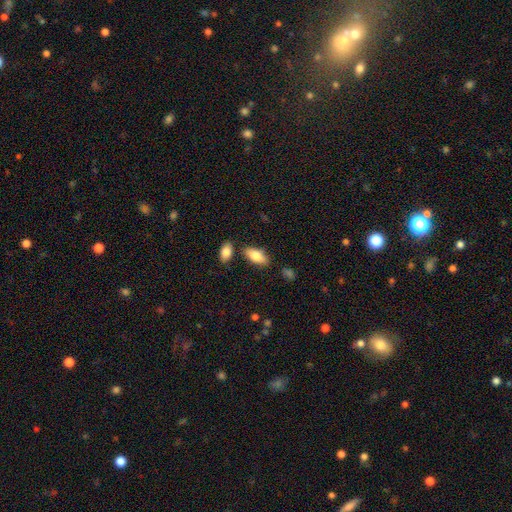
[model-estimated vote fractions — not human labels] smooth_or_featured: smooth (p=0.83) [alt: featured or disk p=0.11]
how_rounded: in between (p=0.90) [alt: cigar-shaped p=0.08]
merging: none (p=0.79) [alt: minor disturbance p=0.12]